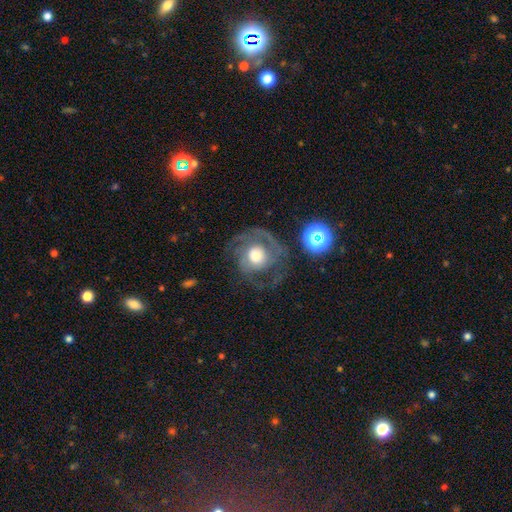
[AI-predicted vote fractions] Morphology: type=featured or disk (71%); edge-on=no (97%); bar=no (81%); spiral arms=yes (83%); winding=medium (41%); arm count=2 (44%); bulge=large (46%); merging=none (58%).